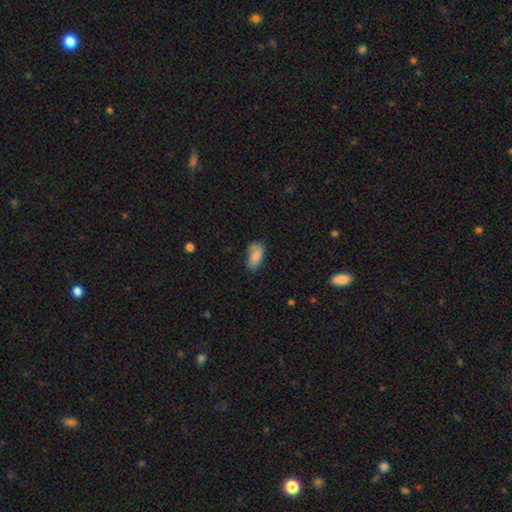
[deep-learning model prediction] A smooth galaxy with no disk features (82%) that is in between round and cigar-shaped (91%).

Vote fractions:
- Smooth or featured? smooth: 82% / featured or disk: 11% / star or artifact: 7%
- How rounded? in between: 91% / cigar-shaped: 6% / round: 3%
- Merging? none: 63% / minor disturbance: 27% / major disturbance: 6% / merger: 4%